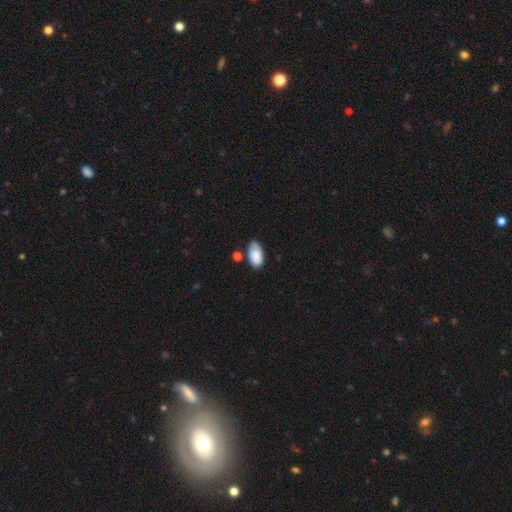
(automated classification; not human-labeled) A smooth galaxy with no disk features (84%) that is in between round and cigar-shaped (95%).

Vote fractions:
- Smooth or featured? smooth: 84% / featured or disk: 9% / star or artifact: 7%
- How rounded? in between: 95% / round: 3% / cigar-shaped: 2%
- Merging? none: 61% / minor disturbance: 26% / merger: 9% / major disturbance: 5%